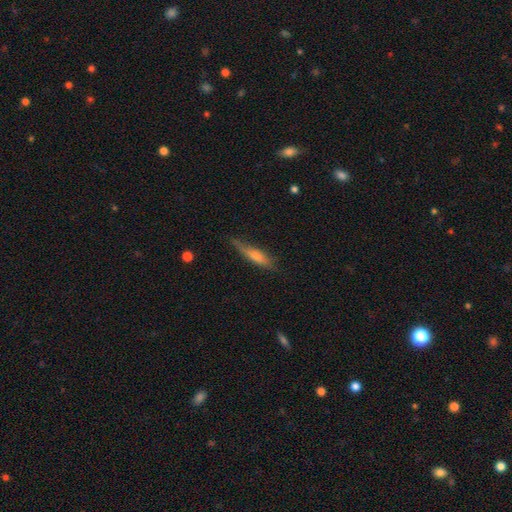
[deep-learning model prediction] Smooth or featured?
  - smooth: 58% *
  - featured or disk: 34%
  - star or artifact: 8%
How rounded?
  - cigar-shaped: 83% *
  - in between: 15%
  - round: 2%
Merging?
  - none: 62% *
  - minor disturbance: 29%
  - major disturbance: 7%
  - merger: 2%